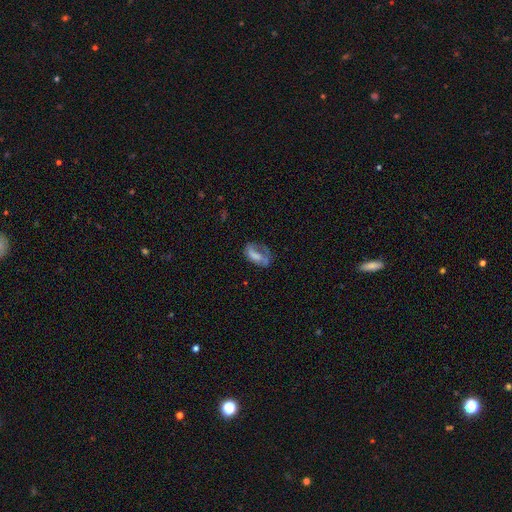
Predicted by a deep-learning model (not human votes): smooth-or-featured: smooth: 53% | featured or disk: 36% | star or artifact: 10%
  how-rounded: in between: 86% | round: 7% | cigar-shaped: 7%
  merging: major disturbance: 36% | none: 33% | minor disturbance: 26% | merger: 5%